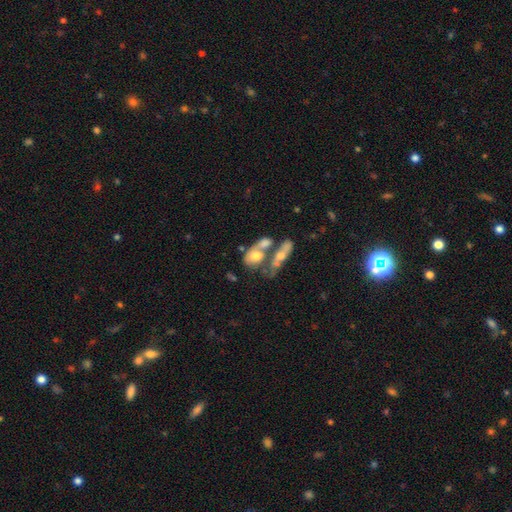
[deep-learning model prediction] Smooth or featured? Predicted: smooth (p=0.51). How rounded? Predicted: in between (p=0.73). Merging? Predicted: merger (p=0.62).